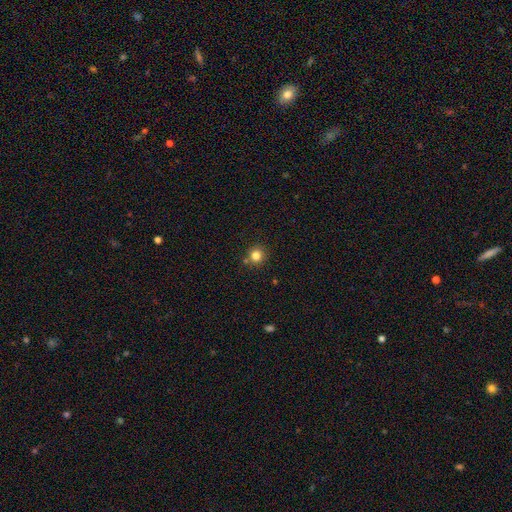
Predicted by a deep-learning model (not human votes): Smooth or featured? Predicted: smooth (p=0.82). How rounded? Predicted: round (p=0.93). Merging? Predicted: none (p=0.82).